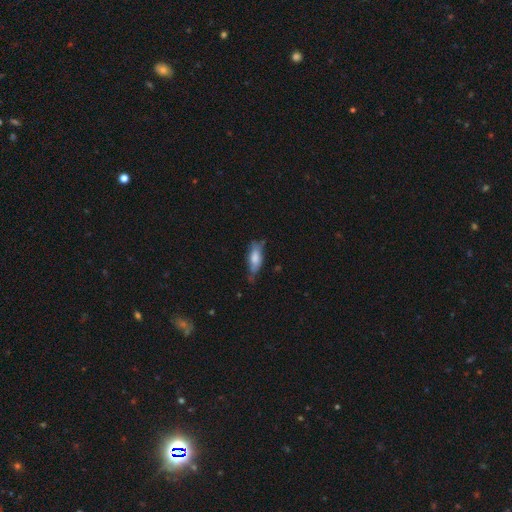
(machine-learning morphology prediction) This appears to be a smooth galaxy with no disk features (53%) that is in between round and cigar-shaped (62%). Merging: none (53%).